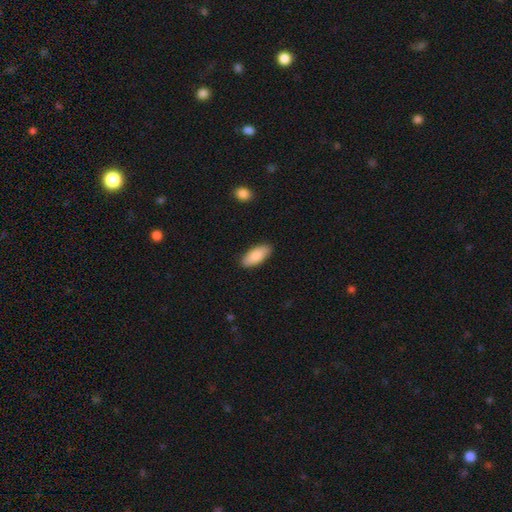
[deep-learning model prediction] Morphology: type=smooth (87%); roundness=in between (86%); merging=none (87%).